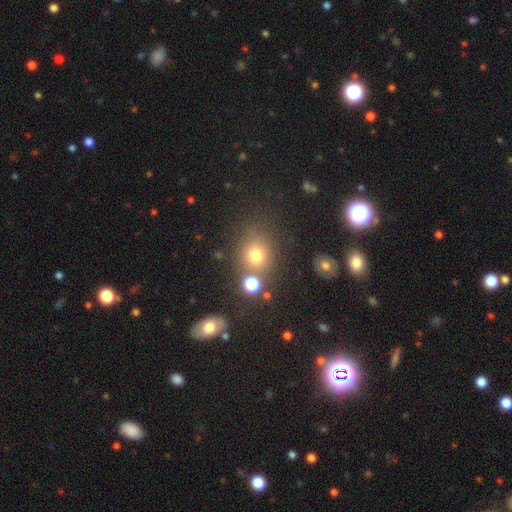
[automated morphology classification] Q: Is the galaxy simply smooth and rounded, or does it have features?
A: smooth — 72%.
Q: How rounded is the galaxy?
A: round — 70%.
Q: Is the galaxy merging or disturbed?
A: none — 68%.